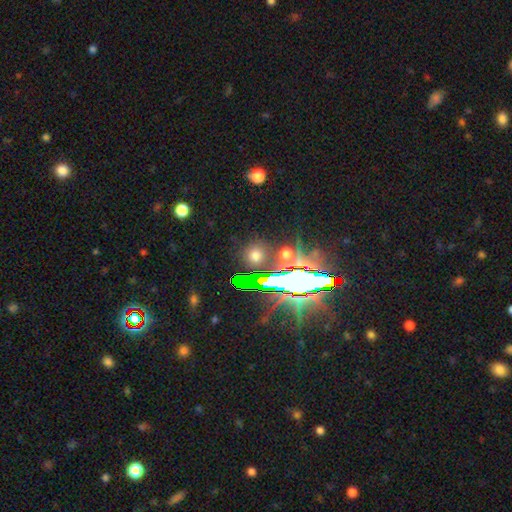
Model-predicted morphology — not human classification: This is possibly a smooth galaxy (53%). How rounded: clearly round (86%). Merging: clearly none (84%).